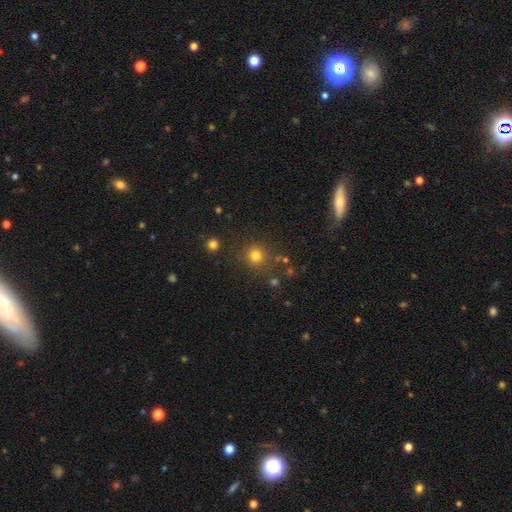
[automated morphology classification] smooth 79%, star or artifact 16%, featured or disk 5%. Down the decision tree: how rounded — round (93%); merging — none (84%).